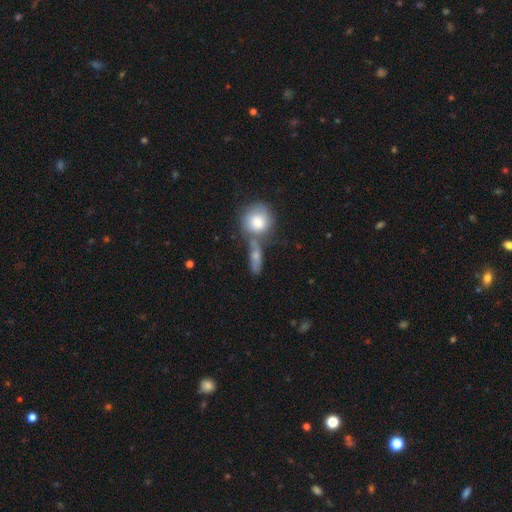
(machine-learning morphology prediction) Smooth or featured? smooth (65%)
How rounded? in between (43%)
Merging? none (40%, tied with merger)